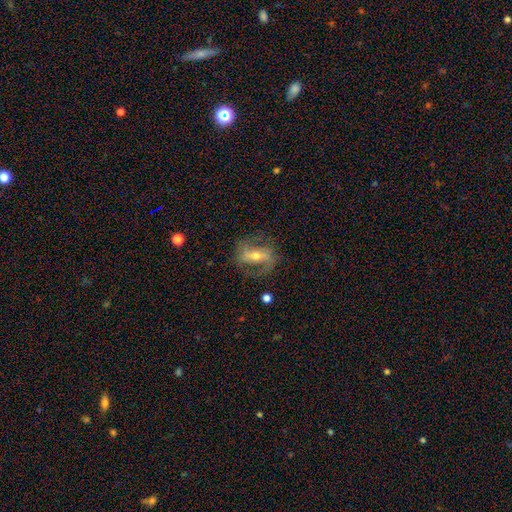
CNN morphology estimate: This is likely a featured or disk galaxy (80%). It is clearly not viewed edge-on (93%). Bar: possibly strong (51%). Spiral arm pattern: clearly yes (89%). Spiral arm count: clearly 2 (86%). Spiral winding: possibly medium (47%). Central bulge: possibly moderate (54%). Merging: likely none (73%).